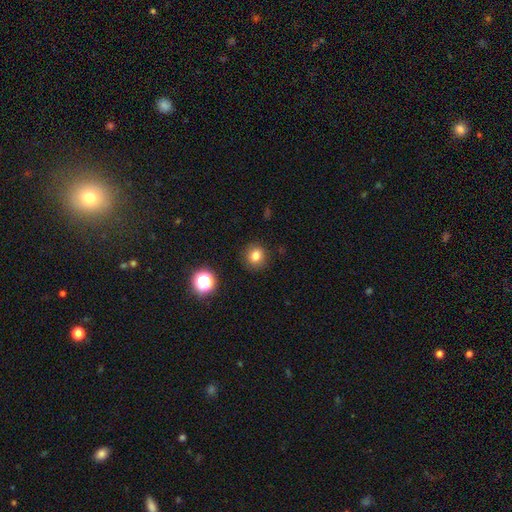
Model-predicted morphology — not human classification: Smooth or featured? smooth (80%)
How rounded? round (86%)
Merging? none (90%)